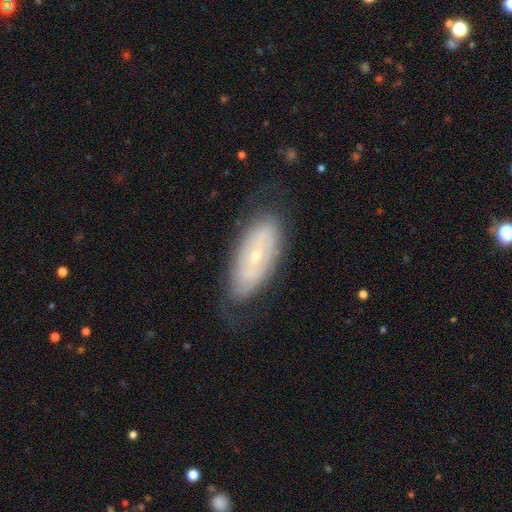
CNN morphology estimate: This appears to be a featured or disk galaxy (60%) with no bar (71%), spiral arms (62%) and a small central bulge (75%). Merging: none (70%).